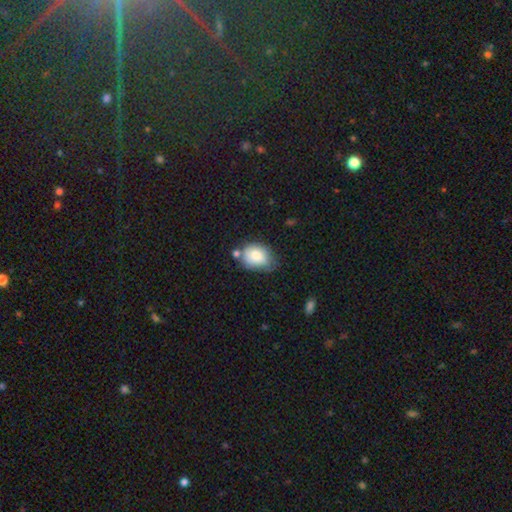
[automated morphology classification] A smooth galaxy with no disk features (79%) that is in between round and cigar-shaped (64%).

Vote fractions:
- Smooth or featured? smooth: 79% / featured or disk: 13% / star or artifact: 8%
- How rounded? in between: 64% / round: 35% / cigar-shaped: 1%
- Merging? none: 45% / minor disturbance: 33% / merger: 12% / major disturbance: 10%